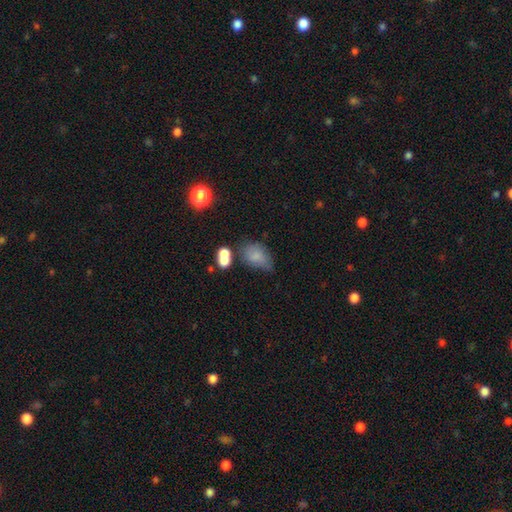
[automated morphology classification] This appears to be a smooth galaxy with no disk features (77%) that is in between round and cigar-shaped (84%). Merging: none (44%).